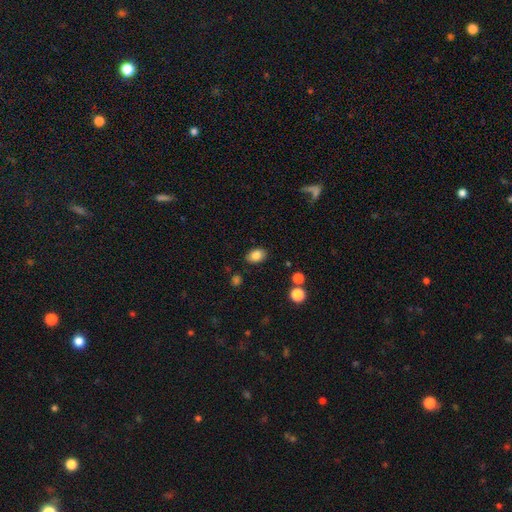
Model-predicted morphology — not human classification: A smooth galaxy with no disk features (84%) that is in between round and cigar-shaped (81%).

Vote fractions:
- Smooth or featured? smooth: 84% / star or artifact: 9% / featured or disk: 7%
- How rounded? in between: 81% / round: 18% / cigar-shaped: 1%
- Merging? none: 86% / minor disturbance: 10% / major disturbance: 3% / merger: 2%